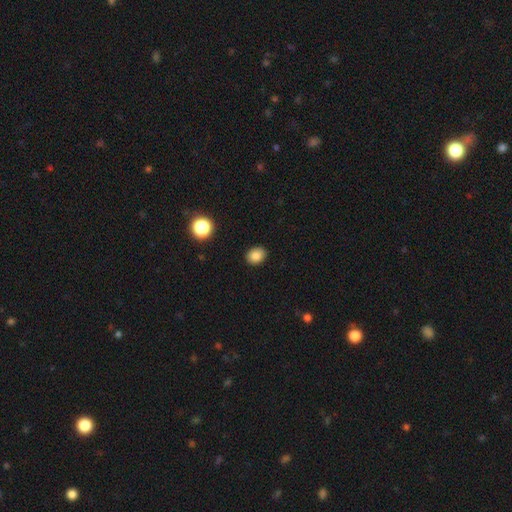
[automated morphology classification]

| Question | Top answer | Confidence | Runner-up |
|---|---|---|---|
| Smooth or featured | smooth | 83% | star or artifact (11%) |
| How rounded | in between | 54% | round (46%) |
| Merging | none | 89% | minor disturbance (8%) |